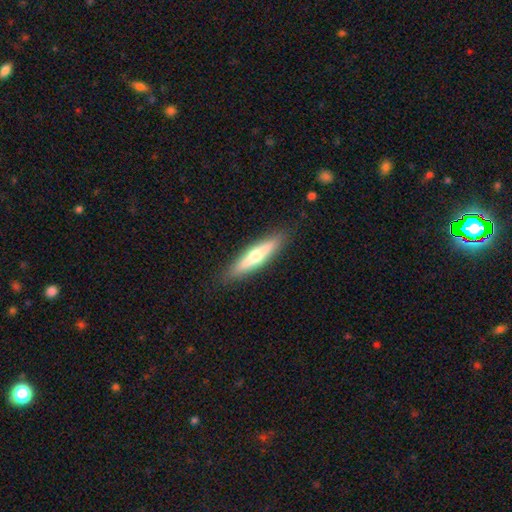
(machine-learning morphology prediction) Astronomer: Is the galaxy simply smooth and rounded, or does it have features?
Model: featured or disk — 51% (runner-up: smooth, 44%).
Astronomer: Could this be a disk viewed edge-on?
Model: yes — 93%.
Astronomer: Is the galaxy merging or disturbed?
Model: none — 89%.